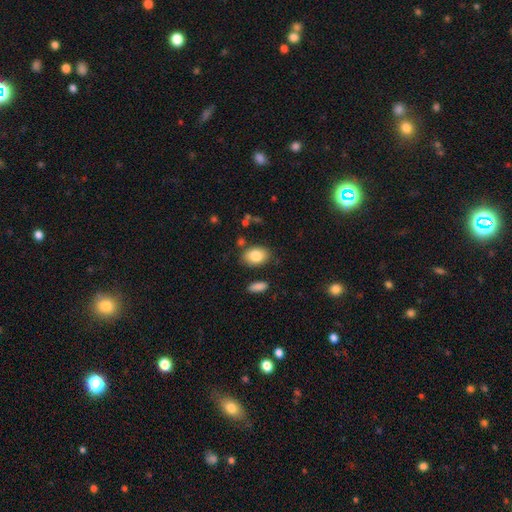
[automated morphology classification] smooth_or_featured: smooth (p=0.84) [alt: featured or disk p=0.09]
how_rounded: in between (p=0.84) [alt: round p=0.15]
merging: none (p=0.78) [alt: minor disturbance p=0.14]